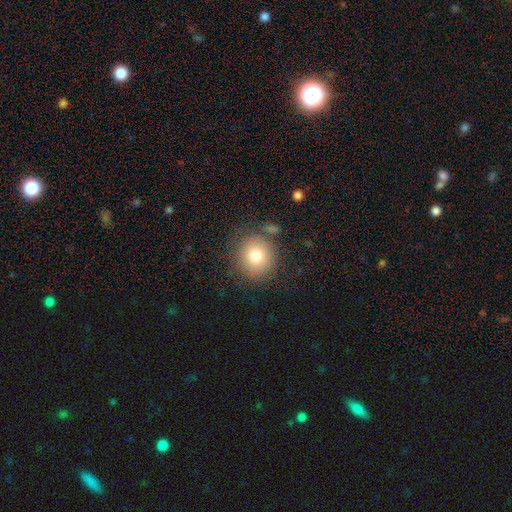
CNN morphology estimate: smooth_or_featured: smooth (p=0.79) [alt: featured or disk p=0.11]
how_rounded: round (p=0.90) [alt: in between p=0.09]
merging: none (p=0.80) [alt: minor disturbance p=0.11]